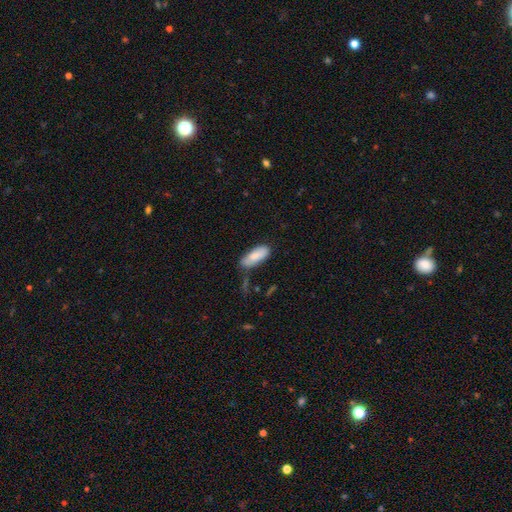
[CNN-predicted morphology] Smooth or featured? smooth (82%)
How rounded? in between (80%)
Merging? none (59%)